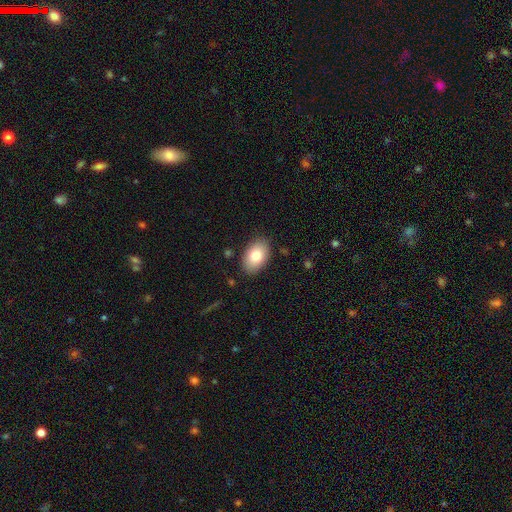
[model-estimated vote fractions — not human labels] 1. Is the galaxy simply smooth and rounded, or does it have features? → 81% smooth, 12% featured or disk, 7% star or artifact.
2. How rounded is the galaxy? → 91% in between, 8% round, 1% cigar-shaped.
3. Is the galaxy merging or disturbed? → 86% none, 10% minor disturbance, 2% major disturbance, 1% merger.